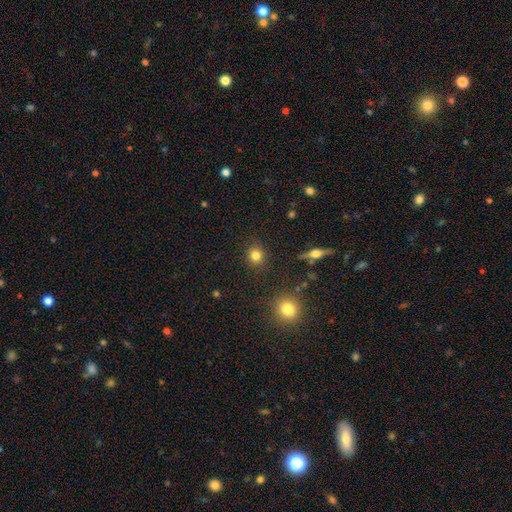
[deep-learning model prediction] Smooth or featured: smooth — 83% (star or artifact — 12%)
How rounded: round — 88% (in between — 11%)
Merging: none — 89% (minor disturbance — 7%)